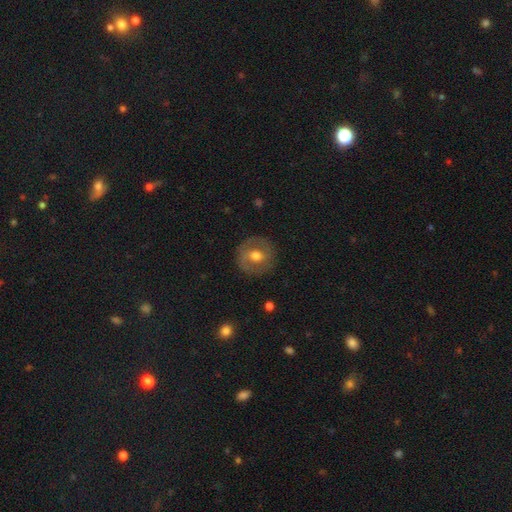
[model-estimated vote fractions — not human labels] This is possibly a featured or disk galaxy (50%). It is clearly not viewed edge-on (95%). Merging: clearly none (84%).